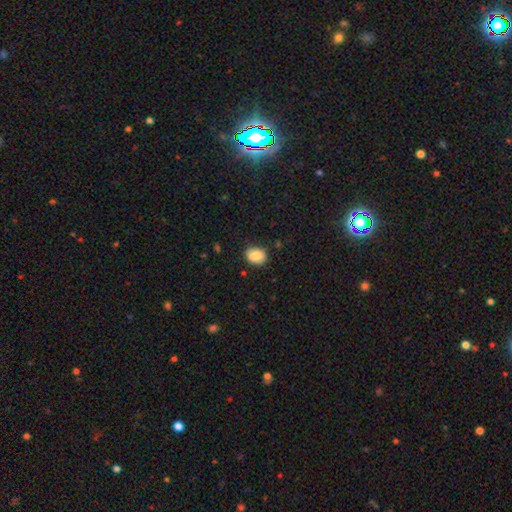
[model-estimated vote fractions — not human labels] Q: Smooth or featured?
A: smooth (86%); runner-up: star or artifact (8%)
Q: How rounded?
A: in between (68%); runner-up: round (31%)
Q: Merging?
A: none (82%); runner-up: minor disturbance (13%)